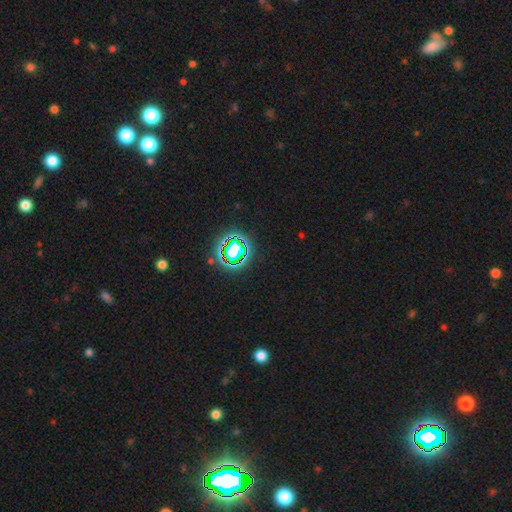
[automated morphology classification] Overall: star or artifact (76%).